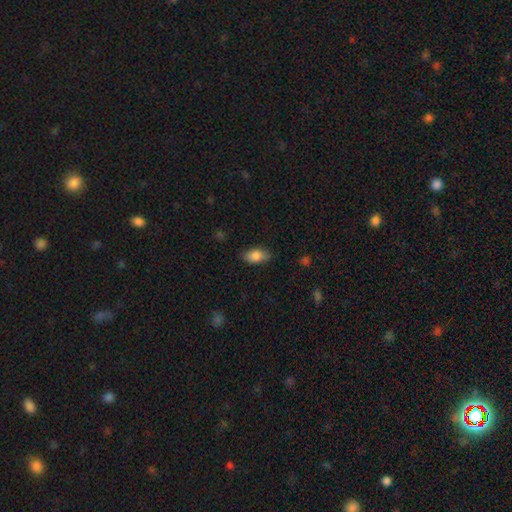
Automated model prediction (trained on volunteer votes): smooth 85%, star or artifact 7%, featured or disk 7%. Down the decision tree: how rounded — in between (90%); merging — none (82%).